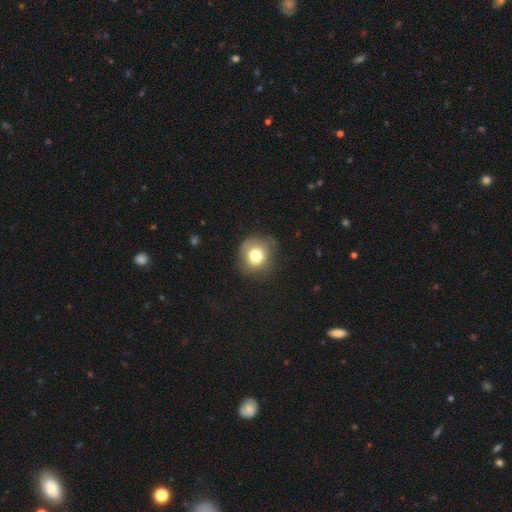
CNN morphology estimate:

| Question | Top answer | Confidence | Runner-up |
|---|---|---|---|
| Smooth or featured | smooth | 75% | featured or disk (15%) |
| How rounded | round | 83% | in between (16%) |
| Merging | none | 67% | minor disturbance (24%) |